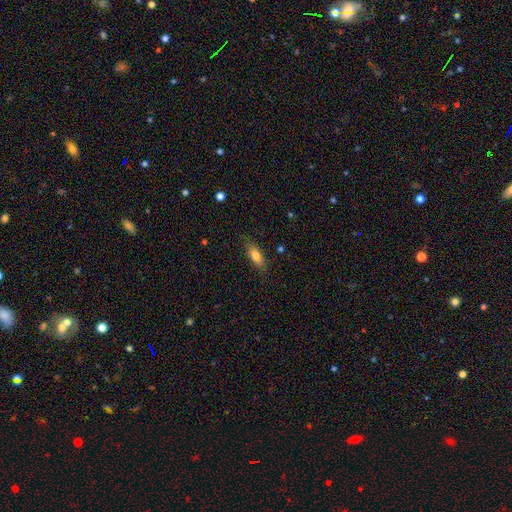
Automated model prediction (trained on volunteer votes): Overall: smooth (78%). How rounded: in between (72%). Merging: none (80%).